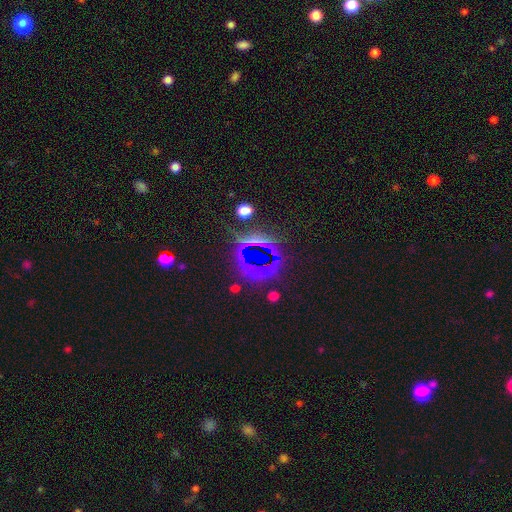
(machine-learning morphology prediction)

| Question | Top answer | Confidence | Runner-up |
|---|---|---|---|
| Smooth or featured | star or artifact | 73% | smooth (17%) |